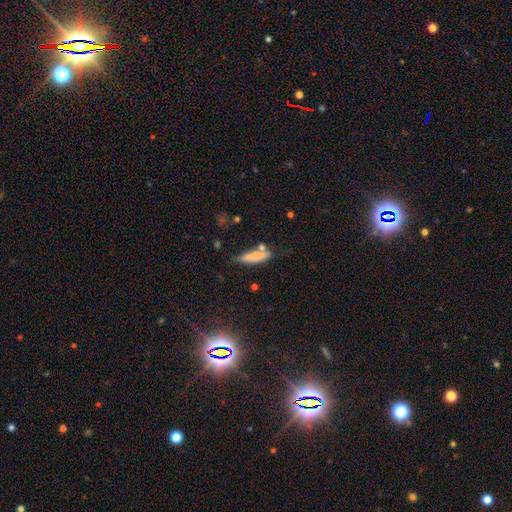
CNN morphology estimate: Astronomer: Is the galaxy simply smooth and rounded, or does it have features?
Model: smooth — 74%.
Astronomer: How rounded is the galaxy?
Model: cigar-shaped — 54% (runner-up: in between, 43%).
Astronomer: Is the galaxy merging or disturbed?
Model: none — 58%.